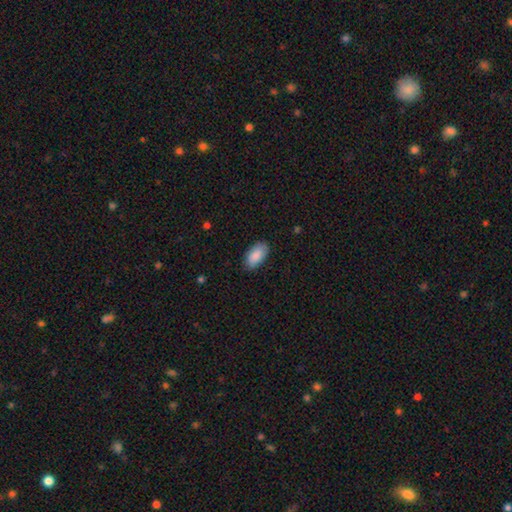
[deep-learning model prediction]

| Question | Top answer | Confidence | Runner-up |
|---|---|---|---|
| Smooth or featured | smooth | 88% | featured or disk (6%) |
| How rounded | in between | 95% | cigar-shaped (3%) |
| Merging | none | 85% | minor disturbance (12%) |